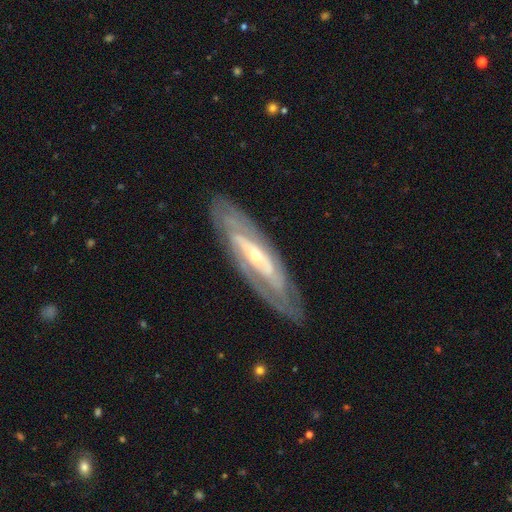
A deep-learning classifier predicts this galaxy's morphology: Smooth or featured? Predicted: featured or disk (p=0.83). Edge-on disk? Predicted: no (p=0.78). Bar? Predicted: no (p=0.48). Spiral arms? Predicted: yes (p=0.82). Spiral winding? Predicted: tight (p=0.60). Spiral arm count? Predicted: 2 (p=0.46). Bulge size? Predicted: small (p=0.61). Merging? Predicted: none (p=0.81).